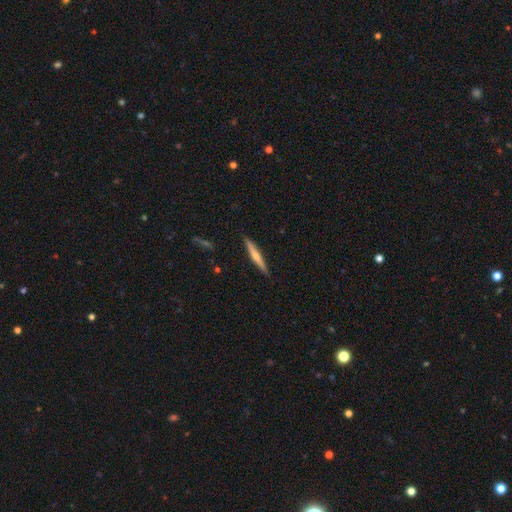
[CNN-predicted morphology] Smooth or featured? Predicted: featured or disk (p=0.56). Edge-on disk? Predicted: yes (p=0.97). Edge-on bulge? Predicted: rounded (p=0.81). Merging? Predicted: none (p=0.90).